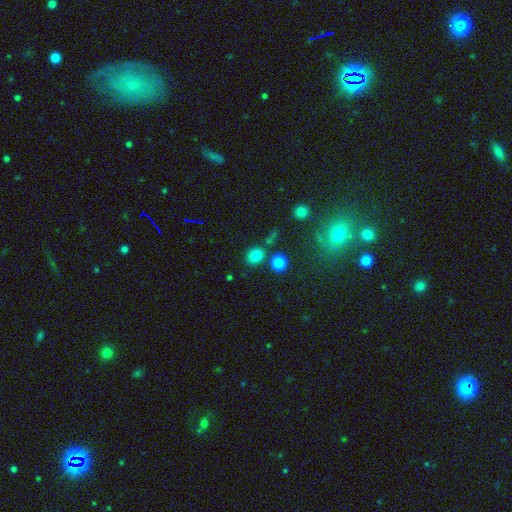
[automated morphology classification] A smooth galaxy with no disk features (80%) that is round (70%).

Vote fractions:
- Smooth or featured? smooth: 80% / star or artifact: 14% / featured or disk: 6%
- How rounded? round: 70% / in between: 29% / cigar-shaped: 1%
- Merging? none: 75% / merger: 11% / minor disturbance: 10% / major disturbance: 4%